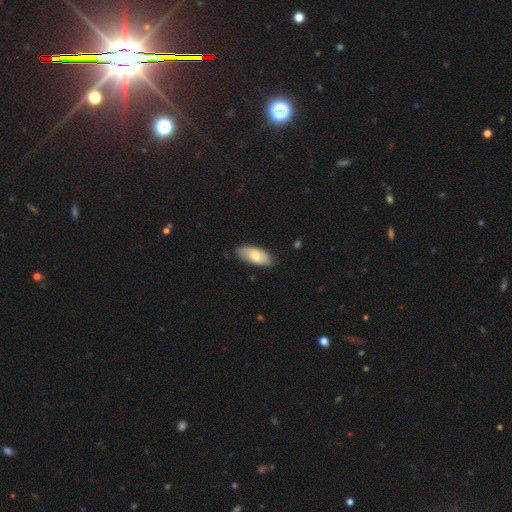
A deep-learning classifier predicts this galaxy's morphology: type=smooth (66%); roundness=in between (91%); merging=none (77%).